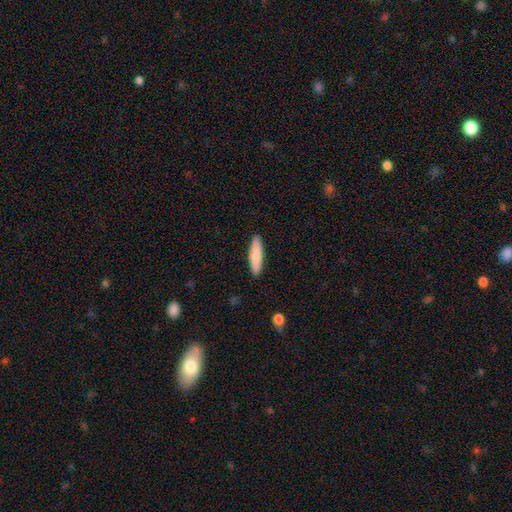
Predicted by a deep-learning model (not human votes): Smooth or featured? Predicted: smooth (p=0.81). How rounded? Predicted: cigar-shaped (p=0.72). Merging? Predicted: none (p=0.89).